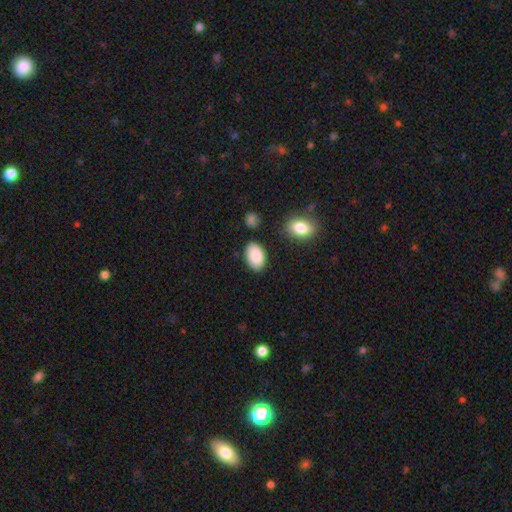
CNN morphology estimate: Smooth or featured? Predicted: smooth (p=0.88). How rounded? Predicted: in between (p=0.92). Merging? Predicted: none (p=0.82).